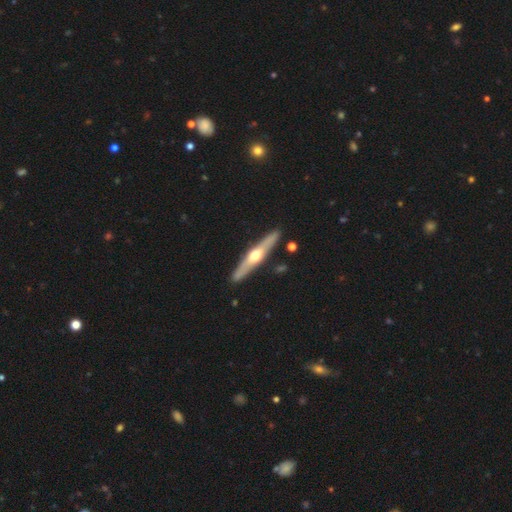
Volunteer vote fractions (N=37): Volunteers were most divided on "smooth or featured": featured or disk: 81%, smooth: 14%, star or artifact: 5%. More confident: edge-on disk — yes (100%); merging — none (97%); edge-on bulge — rounded (97%).